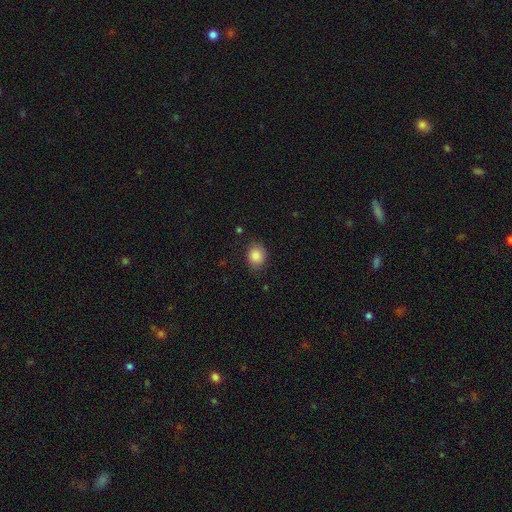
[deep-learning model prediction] Smooth or featured: smooth — 86% (star or artifact — 8%)
How rounded: round — 54% (in between — 45%)
Merging: none — 79% (minor disturbance — 16%)